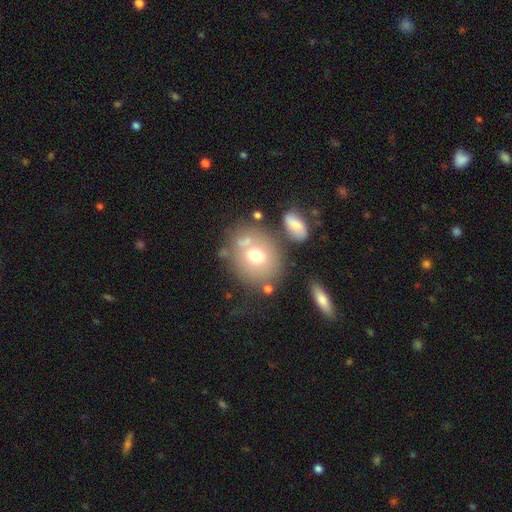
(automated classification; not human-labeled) smooth 66%, featured or disk 22%, star or artifact 12%. Down the decision tree: how rounded — round (71%); merging — none (62%).